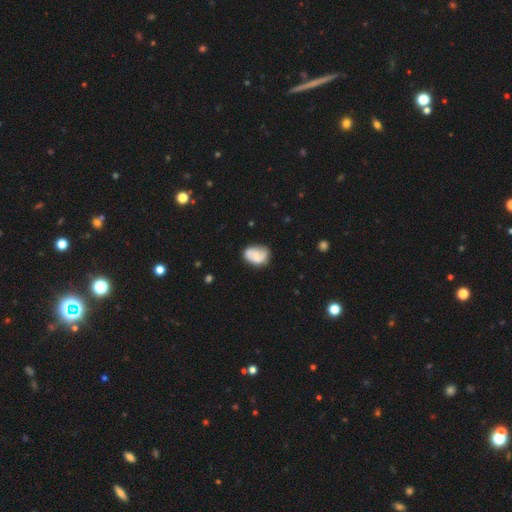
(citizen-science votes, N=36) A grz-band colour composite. It shows a smooth galaxy with no disk features (53%) that is in between round and cigar-shaped (84%). Merging: none (71%).